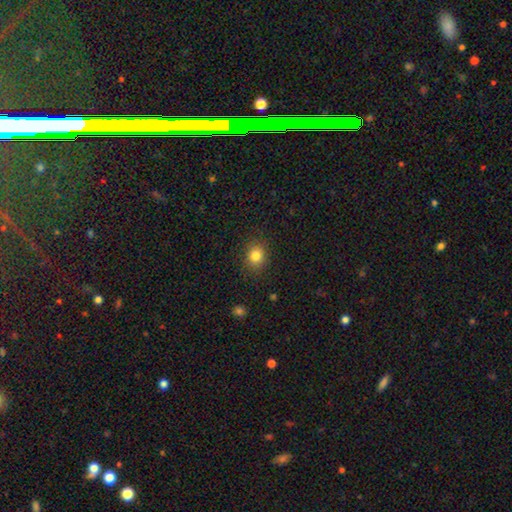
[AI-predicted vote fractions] Smooth or featured? Predicted: smooth (p=0.82). How rounded? Predicted: round (p=0.66). Merging? Predicted: none (p=0.87).